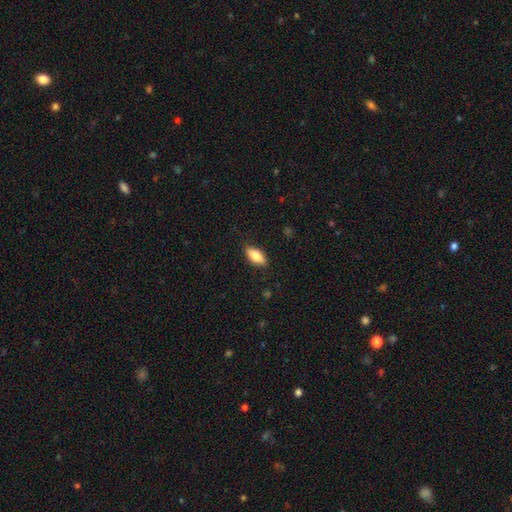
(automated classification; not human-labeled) Q: Smooth or featured?
A: smooth (81%); runner-up: featured or disk (13%)
Q: How rounded?
A: in between (86%); runner-up: cigar-shaped (12%)
Q: Merging?
A: none (85%); runner-up: minor disturbance (11%)